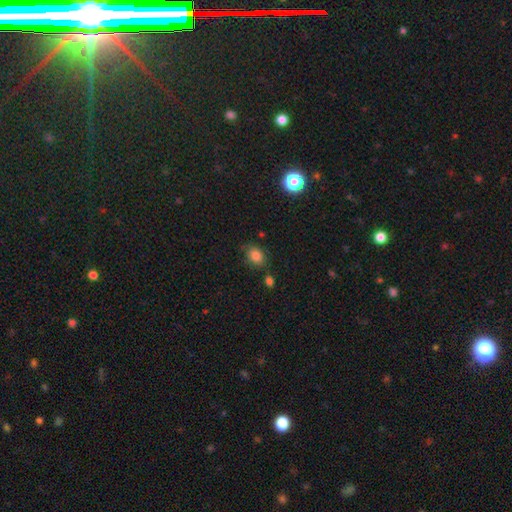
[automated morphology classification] A smooth galaxy with no disk features (82%) that is in between round and cigar-shaped (60%).

Vote fractions:
- Smooth or featured? smooth: 82% / star or artifact: 12% / featured or disk: 6%
- How rounded? in between: 60% / round: 39% / cigar-shaped: 1%
- Merging? none: 67% / minor disturbance: 22% / major disturbance: 6% / merger: 5%